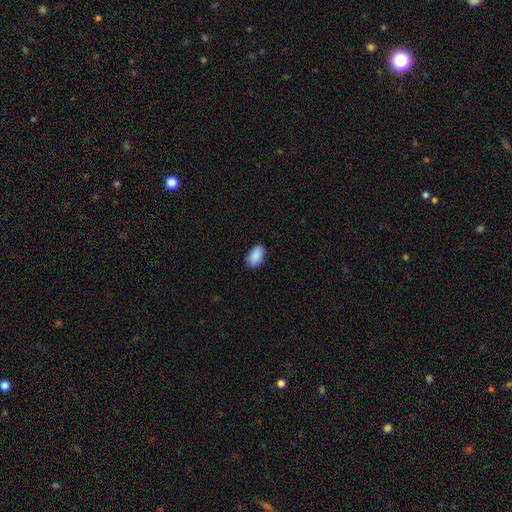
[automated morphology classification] Smooth or featured? smooth (90%)
How rounded? in between (92%)
Merging? none (85%)